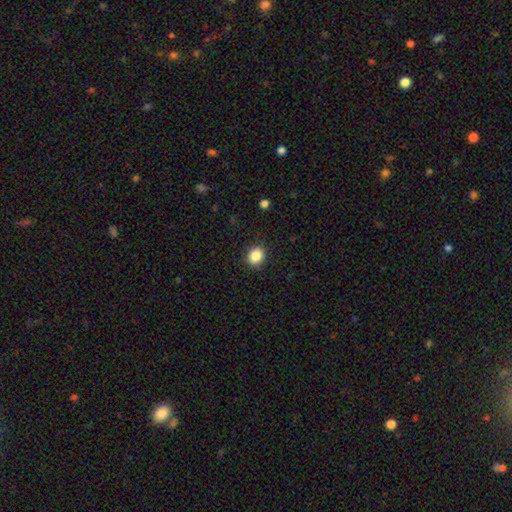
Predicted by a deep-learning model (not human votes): Morphology: type=smooth (86%); roundness=round (70%); merging=none (90%).